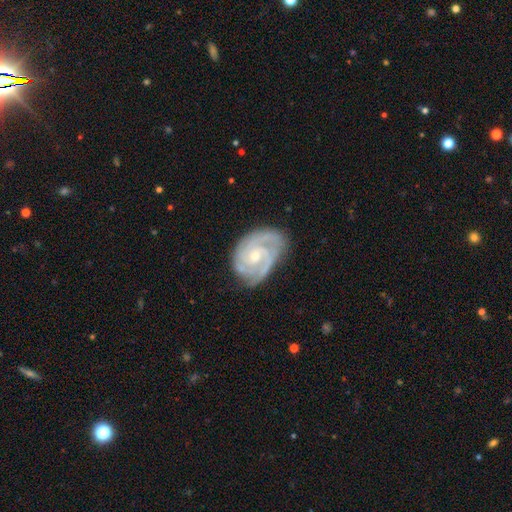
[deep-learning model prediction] This is clearly a featured or disk galaxy (89%). It is clearly not viewed edge-on (97%). Bar: likely no (65%). Spiral arm pattern: clearly yes (98%). Spiral arm count: marginally 3 (40%). Spiral winding: likely tight (62%). Central bulge: possibly small (56%). Merging: likely none (71%).